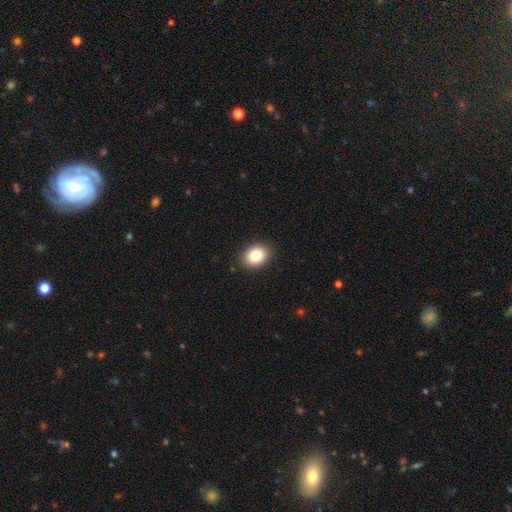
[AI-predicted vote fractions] Smooth or featured? Predicted: smooth (p=0.85). How rounded? Predicted: in between (p=0.58). Merging? Predicted: none (p=0.88).